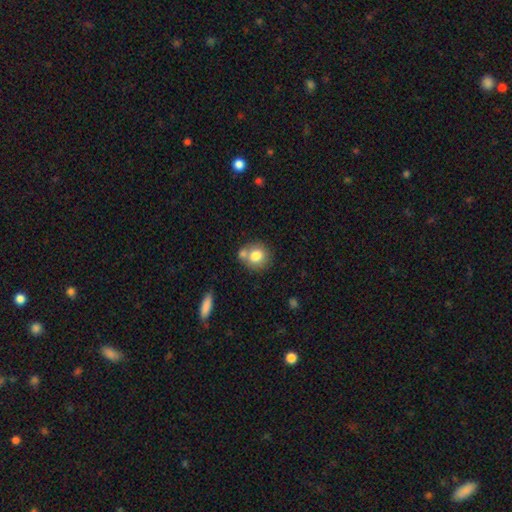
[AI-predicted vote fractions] Smooth or featured: smooth — 78% (featured or disk — 13%)
How rounded: round — 82% (in between — 17%)
Merging: none — 56% (merger — 29%)